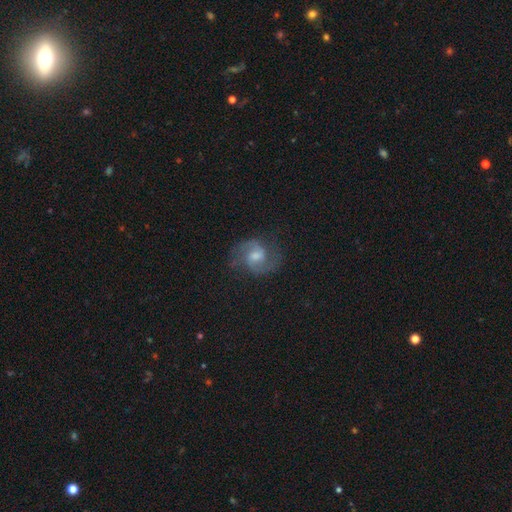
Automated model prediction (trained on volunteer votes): Q: Smooth or featured?
A: featured or disk (82%); runner-up: smooth (10%)
Q: Edge-on disk?
A: no (98%); runner-up: yes (2%)
Q: Bar?
A: weak (56%); runner-up: no (32%)
Q: Spiral arms?
A: yes (96%); runner-up: no (4%)
Q: Spiral winding?
A: medium (58%); runner-up: loose (25%)
Q: Spiral arm count?
A: 2 (92%); runner-up: can't tell (4%)
Q: Bulge size?
A: moderate (52%); runner-up: small (28%)
Q: Merging?
A: none (78%); runner-up: minor disturbance (15%)